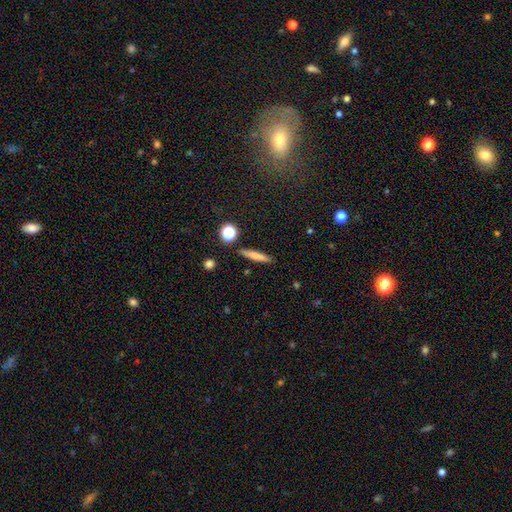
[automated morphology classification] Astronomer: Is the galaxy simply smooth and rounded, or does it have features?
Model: smooth — 74%.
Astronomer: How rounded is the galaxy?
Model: cigar-shaped — 88%.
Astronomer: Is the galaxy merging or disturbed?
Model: none — 87%.